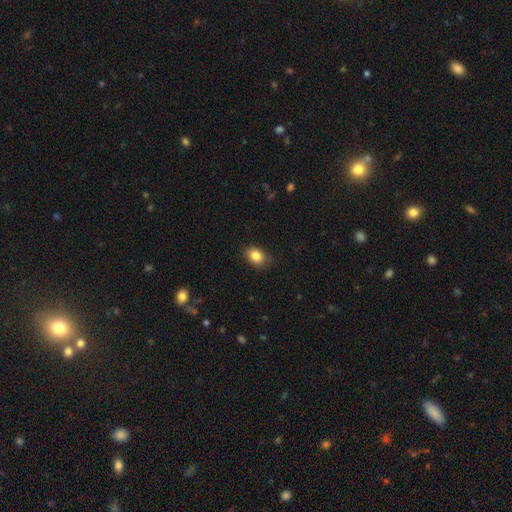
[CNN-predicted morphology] smooth-or-featured: smooth: 85% | star or artifact: 9% | featured or disk: 6%
  how-rounded: in between: 70% | round: 29% | cigar-shaped: 1%
  merging: none: 82% | minor disturbance: 14% | major disturbance: 3% | merger: 1%